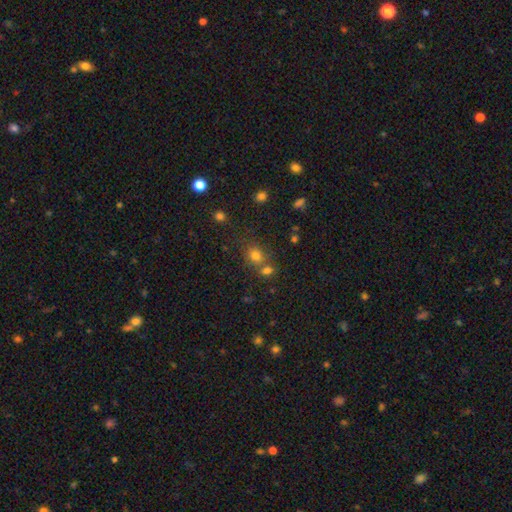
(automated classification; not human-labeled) Smooth or featured? Predicted: smooth (p=0.72). How rounded? Predicted: round (p=0.64). Merging? Predicted: none (p=0.56).